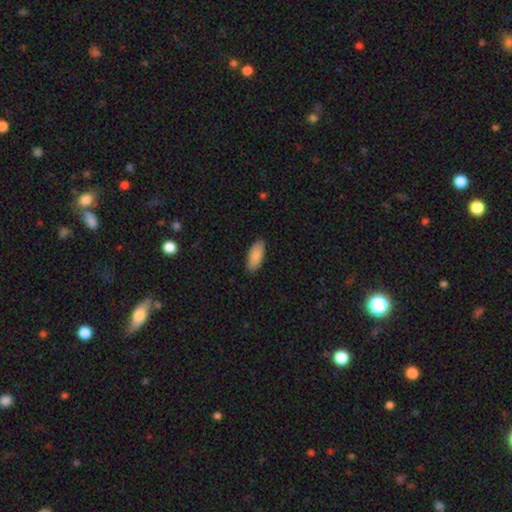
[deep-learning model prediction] smooth 88%, featured or disk 6%, star or artifact 6%. Down the decision tree: how rounded — in between (85%); merging — none (89%).